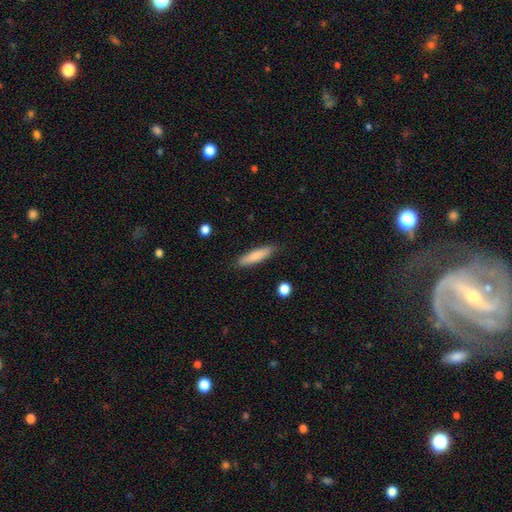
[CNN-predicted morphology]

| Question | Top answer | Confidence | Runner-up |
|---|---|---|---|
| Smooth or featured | smooth | 82% | featured or disk (13%) |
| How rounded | cigar-shaped | 80% | in between (18%) |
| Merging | none | 88% | minor disturbance (9%) |